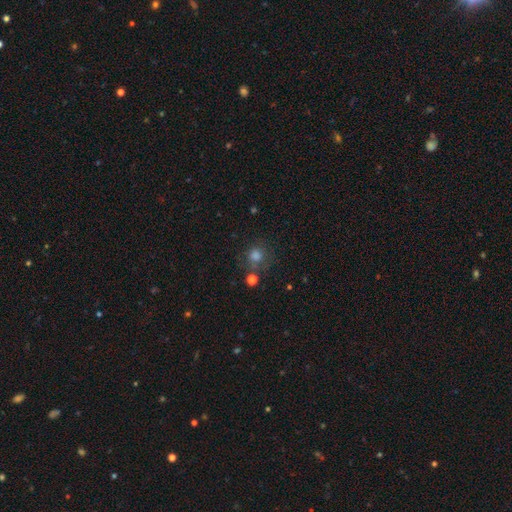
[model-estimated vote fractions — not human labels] Morphology: type=smooth (69%); roundness=round (88%); merging=none (70%).